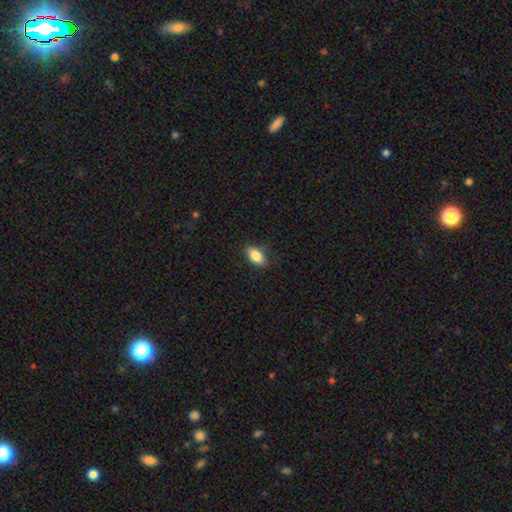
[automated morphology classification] Smooth or featured: smooth — 84% (featured or disk — 8%)
How rounded: in between — 89% (round — 6%)
Merging: none — 83% (minor disturbance — 13%)